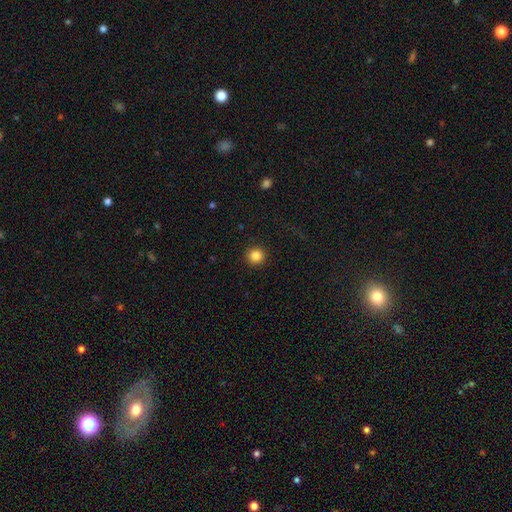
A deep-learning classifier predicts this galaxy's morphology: A smooth galaxy with no disk features (85%) that is round (95%). Merging: none (92%).